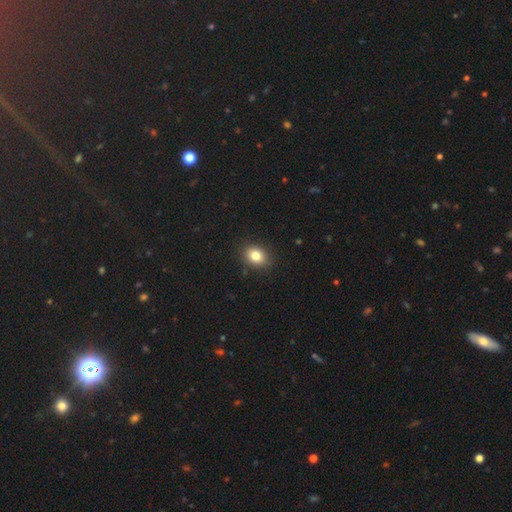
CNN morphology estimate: type=smooth (82%); roundness=in between (58%); merging=none (88%).